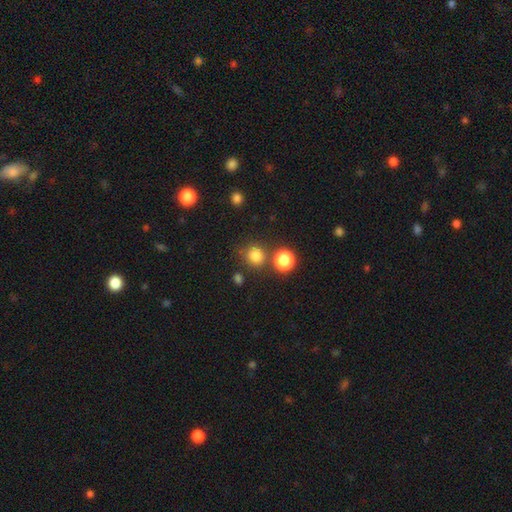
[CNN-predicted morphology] Smooth or featured: smooth — 80% (star or artifact — 15%)
How rounded: round — 89% (in between — 10%)
Merging: none — 76% (merger — 11%)